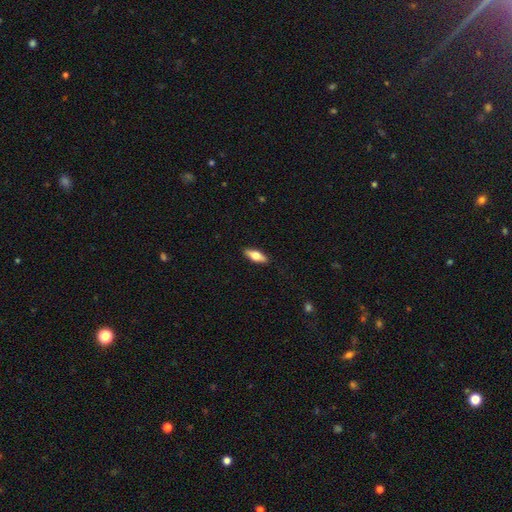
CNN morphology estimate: smooth 55%, featured or disk 39%, star or artifact 6%. Down the decision tree: how rounded — in between (60%); merging — none (90%).